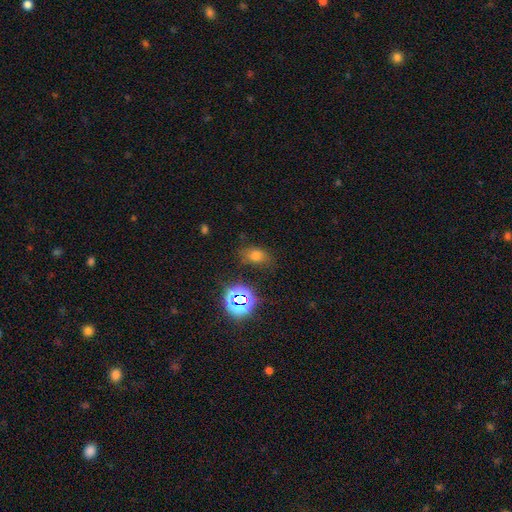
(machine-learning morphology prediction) Q: Smooth or featured?
A: smooth (60%); runner-up: star or artifact (30%)
Q: How rounded?
A: in between (74%); runner-up: round (24%)
Q: Merging?
A: none (75%); runner-up: minor disturbance (17%)